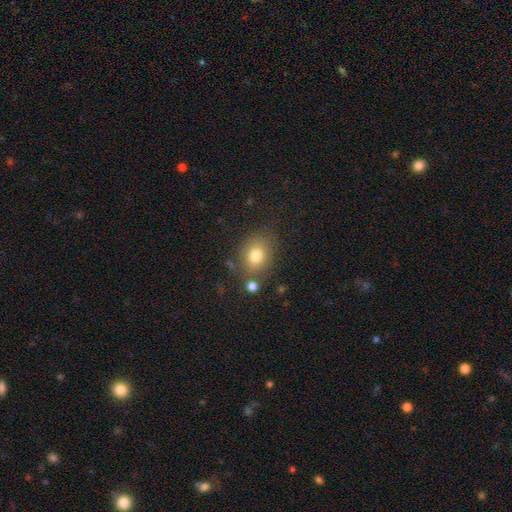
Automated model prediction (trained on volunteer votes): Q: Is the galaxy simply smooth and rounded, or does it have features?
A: smooth — 78%.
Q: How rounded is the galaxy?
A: in between — 55%.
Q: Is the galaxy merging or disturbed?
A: none — 74%.